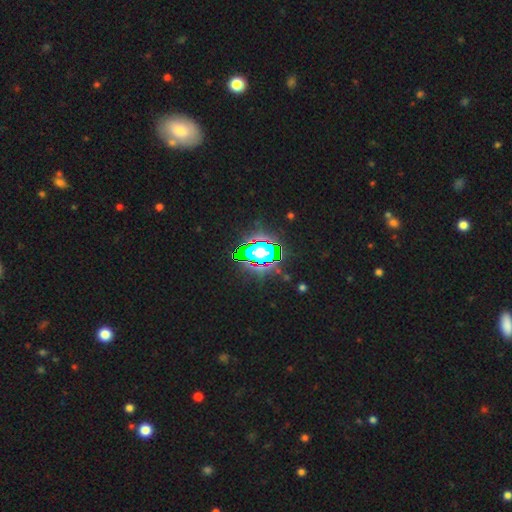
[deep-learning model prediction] A star or artifact, not a galaxy (69%).